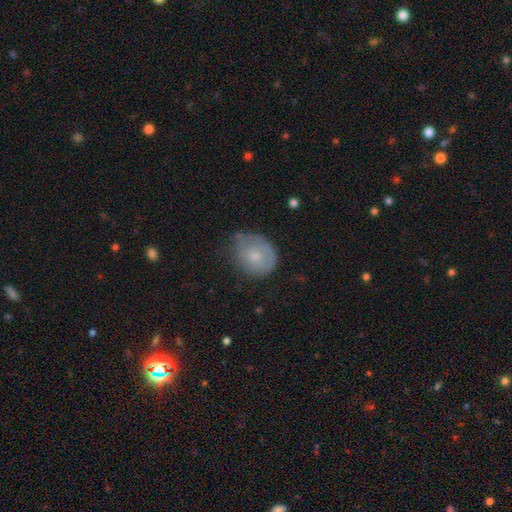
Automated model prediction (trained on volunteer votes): This appears to be a smooth galaxy with no disk features (59%) that is round (59%). Merging: none (50%).